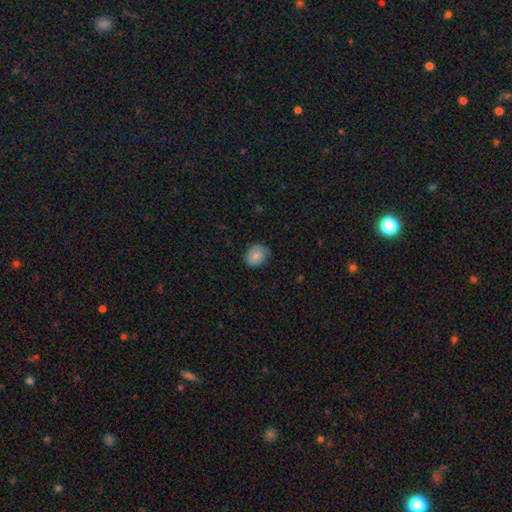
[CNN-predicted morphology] Q: Smooth or featured?
A: smooth (80%); runner-up: featured or disk (12%)
Q: How rounded?
A: round (55%); runner-up: in between (44%)
Q: Merging?
A: none (74%); runner-up: minor disturbance (21%)